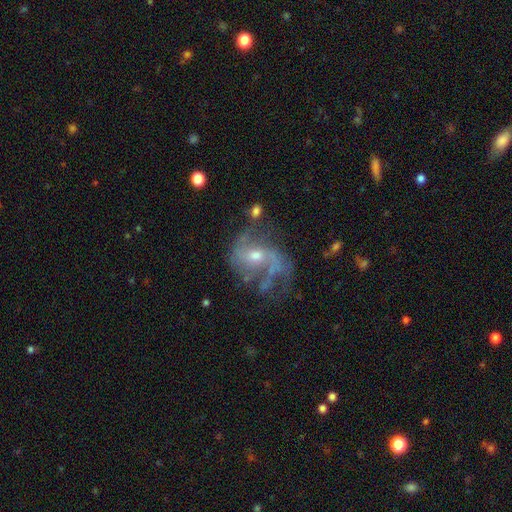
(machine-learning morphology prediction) Smooth or featured?
  - featured or disk: 79% *
  - smooth: 10%
  - star or artifact: 10%
Edge-on disk?
  - no: 97% *
  - yes: 3%
Bar?
  - no: 54% *
  - weak: 36%
  - strong: 10%
Spiral arms?
  - yes: 86% *
  - no: 14%
Spiral winding?
  - loose: 52% *
  - medium: 35%
  - tight: 13%
Spiral arm count?
  - 2: 53% *
  - can't tell: 19%
  - 1: 11%
  - 3: 10%
  - 4: 3%
  - more than 4: 3%
Bulge size?
  - small: 48% *
  - moderate: 46%
  - none: 3%
  - large: 2%
  - dominant: 1%
Merging?
  - none: 43% *
  - major disturbance: 29%
  - minor disturbance: 21%
  - merger: 7%